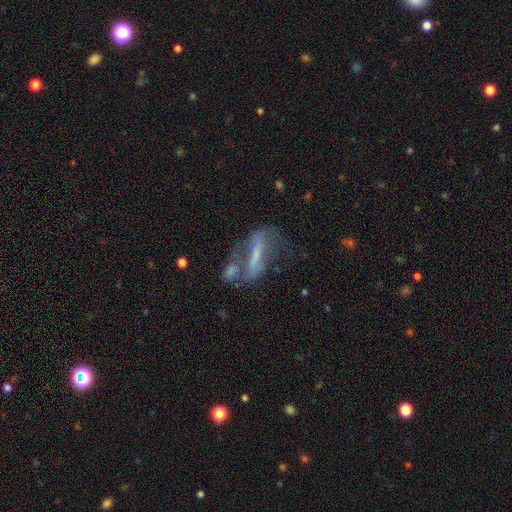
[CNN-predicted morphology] featured or disk 54%, smooth 33%, star or artifact 12%. Down the decision tree: edge-on disk — no (77%); merging — merger (31%).